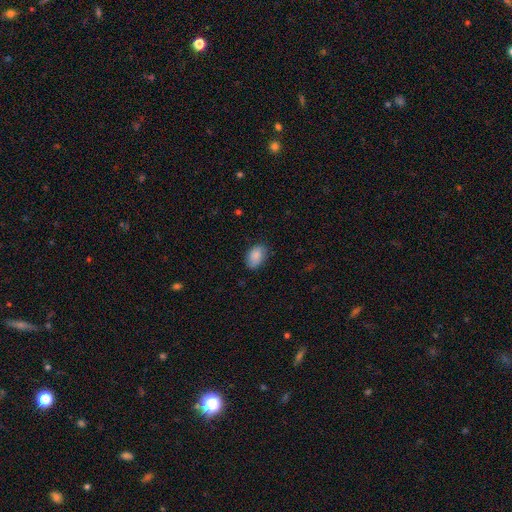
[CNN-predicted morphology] Smooth or featured?
  - smooth: 87% *
  - star or artifact: 7%
  - featured or disk: 6%
How rounded?
  - in between: 88% *
  - round: 10%
  - cigar-shaped: 1%
Merging?
  - none: 78% *
  - minor disturbance: 18%
  - major disturbance: 3%
  - merger: 1%